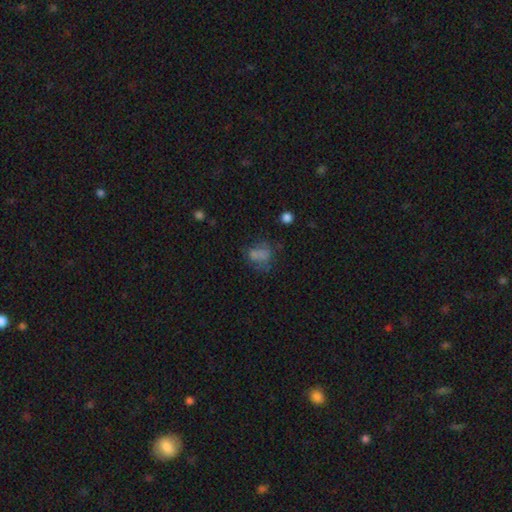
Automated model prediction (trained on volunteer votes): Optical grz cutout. It shows a smooth galaxy with no disk features (50%). Merging: none (50%).